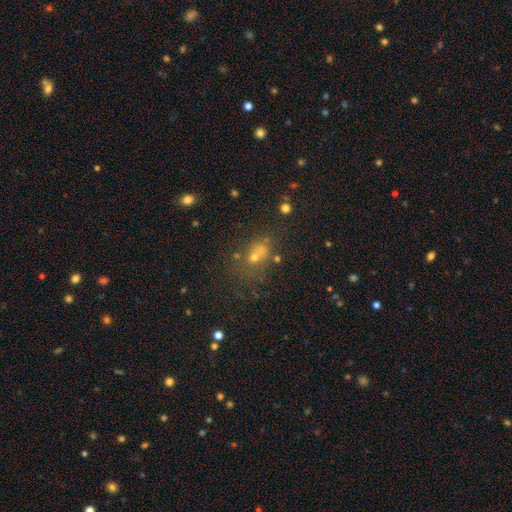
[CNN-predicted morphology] This appears to be a smooth galaxy with no disk features (51%) that is in between round and cigar-shaped (52%). Merging: none (48%).